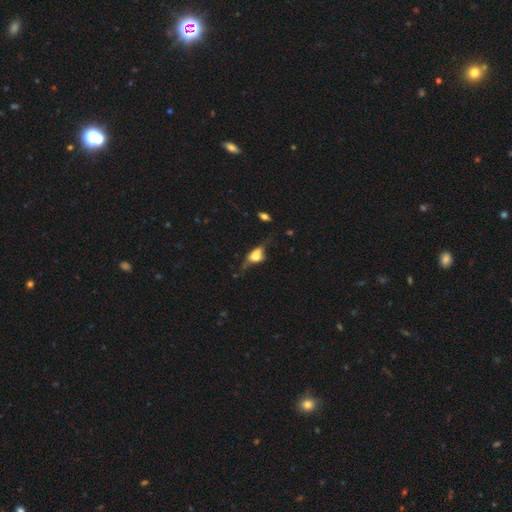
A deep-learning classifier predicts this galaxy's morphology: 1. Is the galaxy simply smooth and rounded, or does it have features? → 49% featured or disk, 40% smooth, 11% star or artifact.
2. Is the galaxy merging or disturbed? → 44% none, 26% minor disturbance, 24% major disturbance, 6% merger.